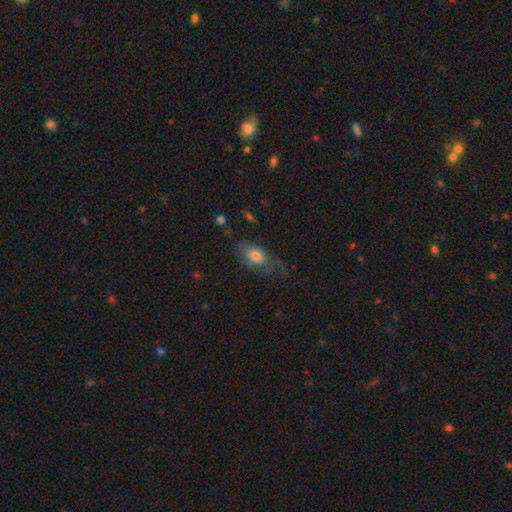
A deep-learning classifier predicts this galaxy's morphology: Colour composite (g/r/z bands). It shows a smooth galaxy with no disk features (64%) that is in between round and cigar-shaped (88%). Merging: none (42%).